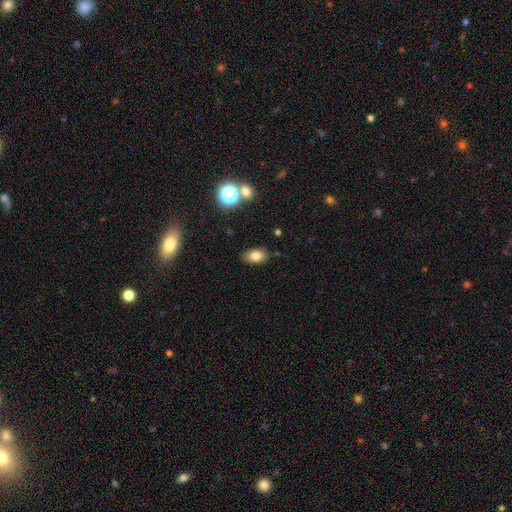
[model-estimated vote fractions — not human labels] Q: Smooth or featured?
A: smooth (80%); runner-up: star or artifact (11%)
Q: How rounded?
A: in between (87%); runner-up: round (11%)
Q: Merging?
A: none (85%); runner-up: minor disturbance (11%)